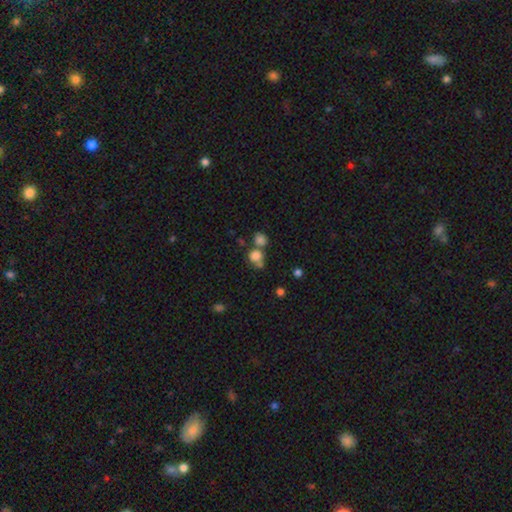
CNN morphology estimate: type=smooth (78%); roundness=round (80%); merging=none (44%).